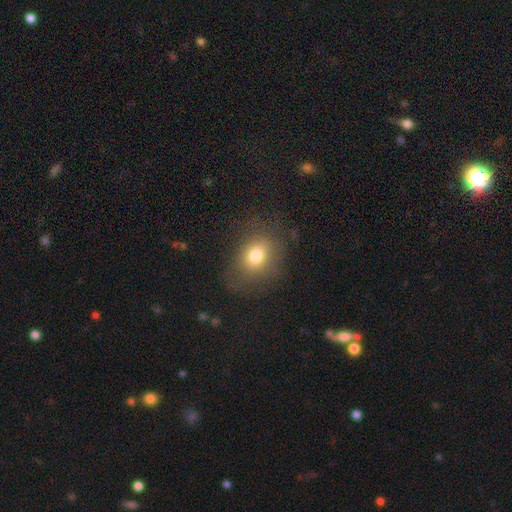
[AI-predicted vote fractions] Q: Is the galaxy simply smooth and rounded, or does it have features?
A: smooth — 76%.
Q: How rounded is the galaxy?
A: in between — 50%.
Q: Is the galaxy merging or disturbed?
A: none — 72%.